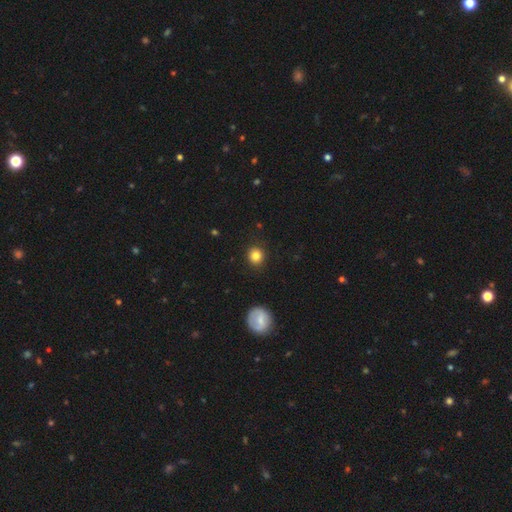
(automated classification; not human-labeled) smooth 84%, star or artifact 10%, featured or disk 5%. Down the decision tree: how rounded — round (89%); merging — none (90%).